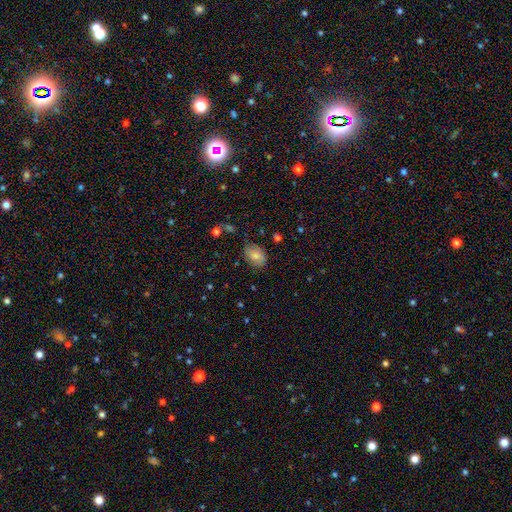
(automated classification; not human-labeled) This appears to be a smooth galaxy with no disk features (76%) that is in between round and cigar-shaped (75%). Merging: none (72%).